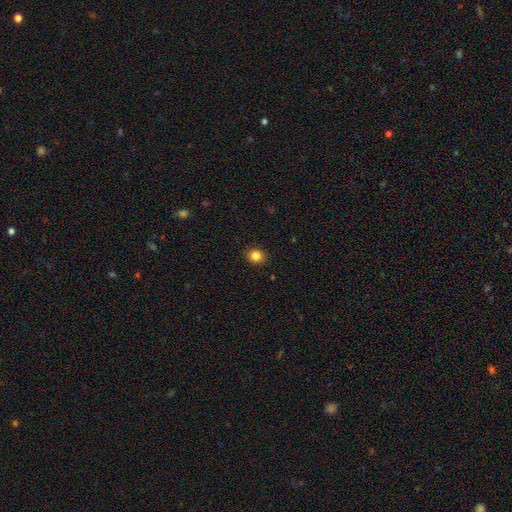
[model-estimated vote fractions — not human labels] Q: Smooth or featured?
A: smooth (85%); runner-up: star or artifact (11%)
Q: How rounded?
A: round (72%); runner-up: in between (27%)
Q: Merging?
A: none (90%); runner-up: minor disturbance (7%)